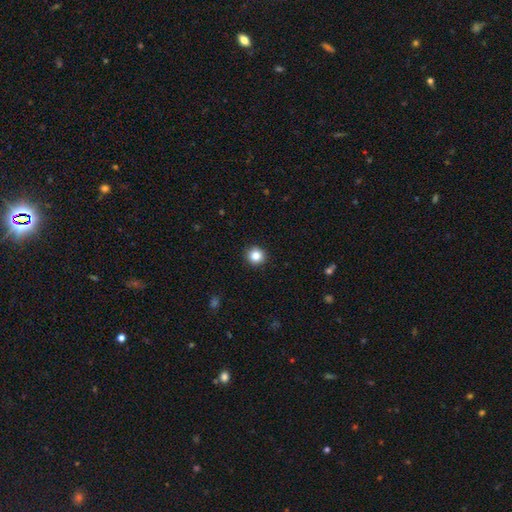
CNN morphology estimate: Smooth or featured? smooth (85%)
How rounded? round (93%)
Merging? none (93%)